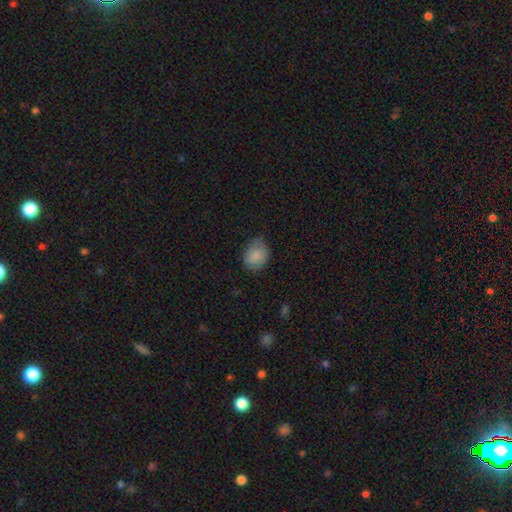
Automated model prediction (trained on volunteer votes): Smooth or featured? smooth (86%)
How rounded? in between (54%)
Merging? none (70%)